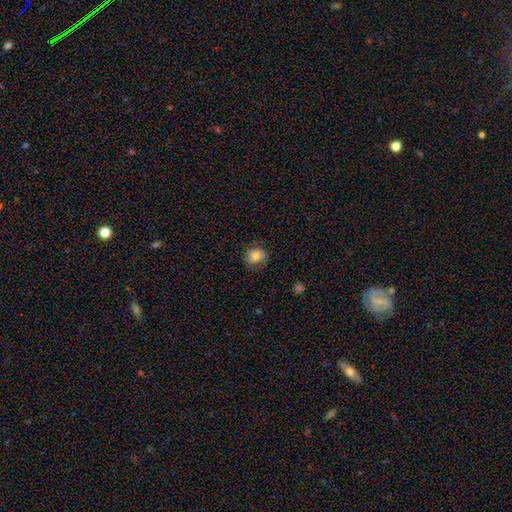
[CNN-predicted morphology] A smooth galaxy with no disk features (78%) that is round (56%). Merging: none (72%).